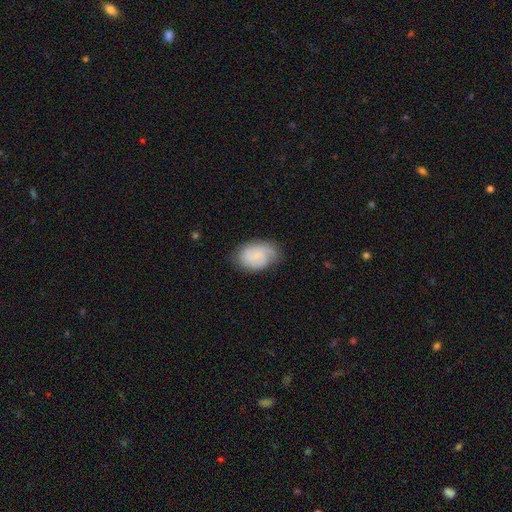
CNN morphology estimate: smooth 57%, featured or disk 35%, star or artifact 8%. Down the decision tree: how rounded — in between (83%); merging — none (65%).